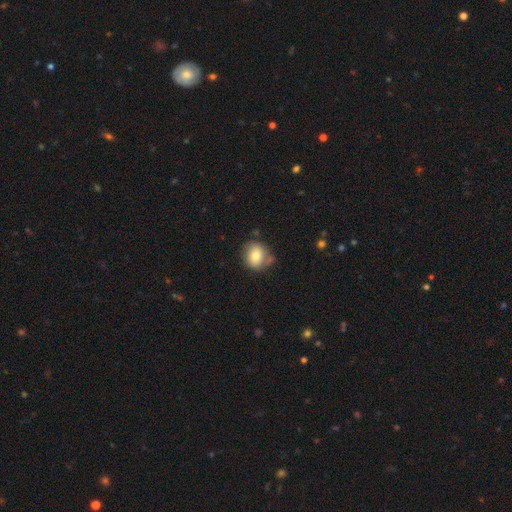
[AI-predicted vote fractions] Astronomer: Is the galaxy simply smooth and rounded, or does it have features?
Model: smooth — 78%.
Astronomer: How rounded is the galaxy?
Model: round — 71%.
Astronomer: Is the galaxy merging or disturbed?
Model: none — 66%.